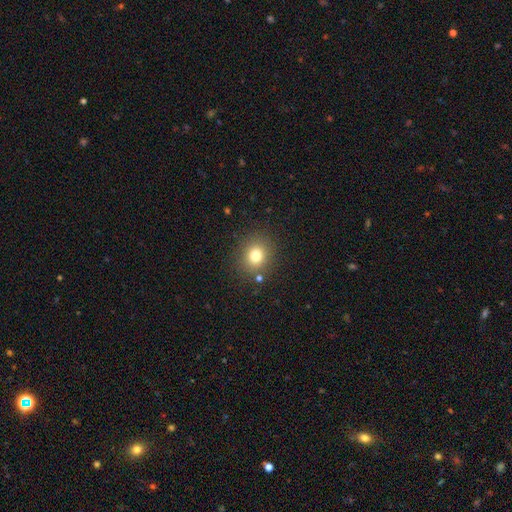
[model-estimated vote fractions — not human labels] Smooth or featured?
  - smooth: 78% *
  - star or artifact: 14%
  - featured or disk: 8%
How rounded?
  - round: 78% *
  - in between: 21%
  - cigar-shaped: 1%
Merging?
  - none: 85% *
  - minor disturbance: 9%
  - major disturbance: 3%
  - merger: 3%